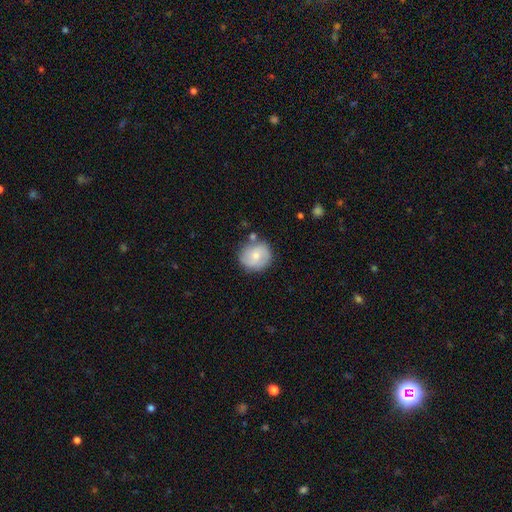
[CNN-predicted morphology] This is possibly a smooth galaxy (53%). How rounded: clearly round (86%). Merging: likely none (73%).